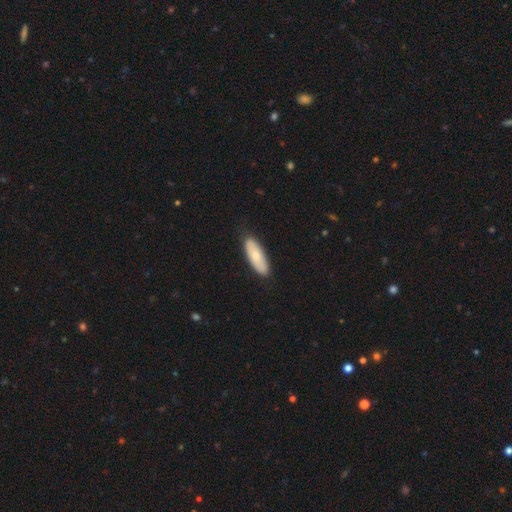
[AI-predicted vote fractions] Smooth or featured? smooth (73%)
How rounded? in between (64%)
Merging? none (83%)